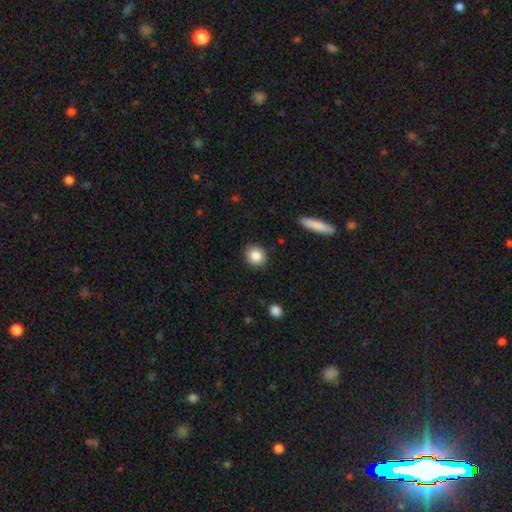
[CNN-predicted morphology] A smooth galaxy with no disk features (86%) that is round (83%). Merging: none (89%).